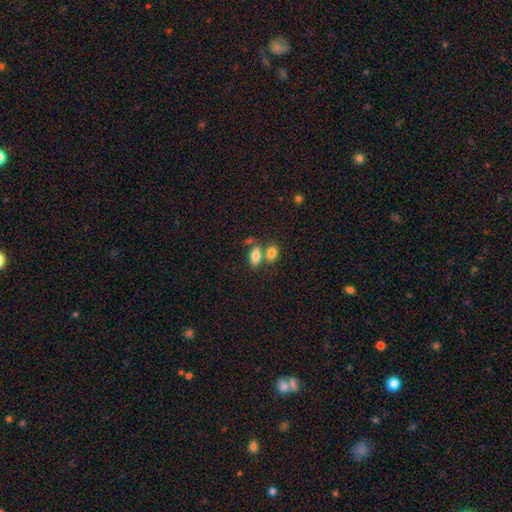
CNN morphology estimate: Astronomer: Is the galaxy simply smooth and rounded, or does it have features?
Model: smooth — 81%.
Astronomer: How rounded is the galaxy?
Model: in between — 88%.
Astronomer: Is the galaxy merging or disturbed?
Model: none — 47% (runner-up: merger, 38%).